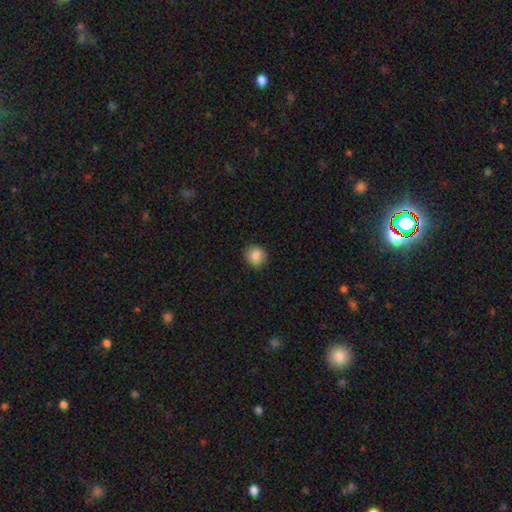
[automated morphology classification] A smooth galaxy with no disk features (86%) that is round (83%). Merging: none (88%).